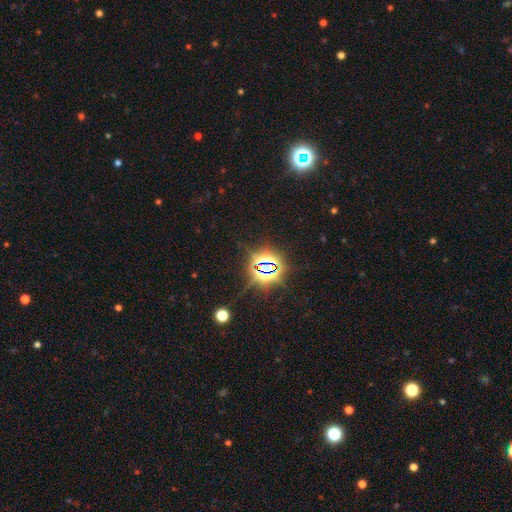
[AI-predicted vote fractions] A star or artifact, not a galaxy (83%).

Vote fractions:
- Smooth or featured? star or artifact: 83% / smooth: 10% / featured or disk: 7%